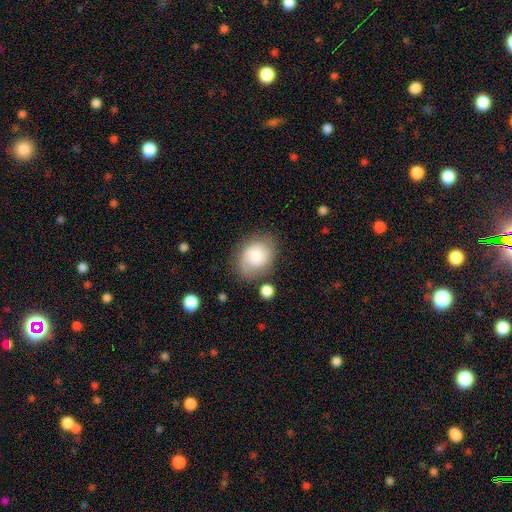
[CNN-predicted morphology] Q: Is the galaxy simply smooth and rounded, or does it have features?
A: smooth — 62%.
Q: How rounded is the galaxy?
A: in between — 57%.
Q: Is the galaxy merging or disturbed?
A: none — 68%.